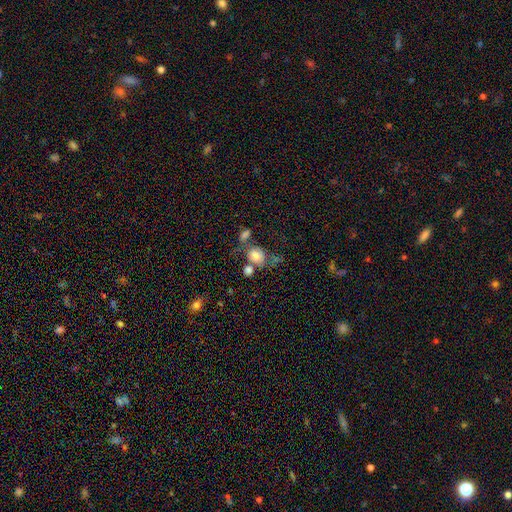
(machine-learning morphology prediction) Smooth or featured? smooth (74%)
How rounded? round (49%, tied with in between)
Merging? none (42%)